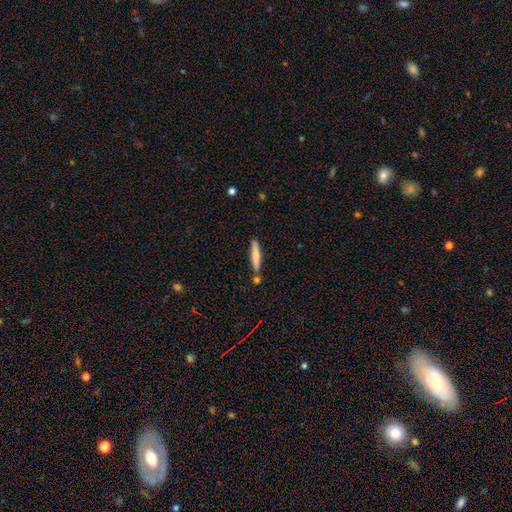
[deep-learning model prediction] The model was most divided on "smooth or featured": smooth: 73%, featured or disk: 22%, star or artifact: 6%. More confident: how rounded — cigar-shaped (92%); merging — none (78%).